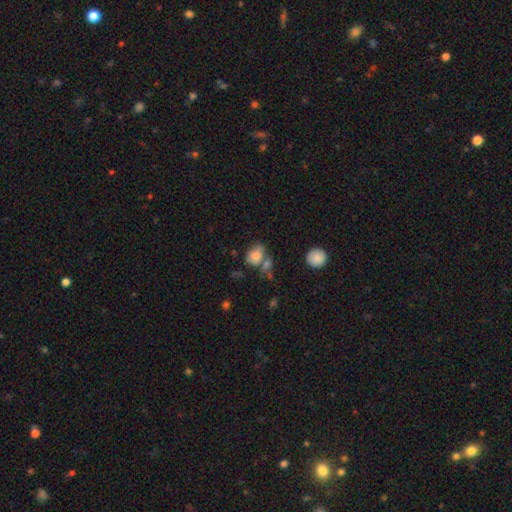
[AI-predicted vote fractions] Q: Smooth or featured?
A: smooth (78%); runner-up: featured or disk (13%)
Q: How rounded?
A: in between (69%); runner-up: round (29%)
Q: Merging?
A: none (47%); runner-up: merger (25%)